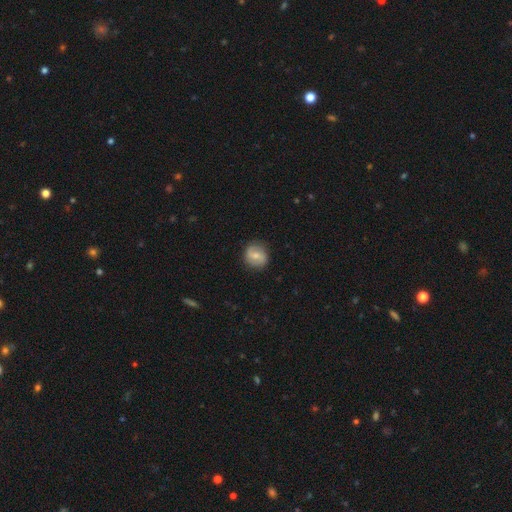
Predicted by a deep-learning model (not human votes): Smooth or featured?
  - smooth: 54% *
  - featured or disk: 39%
  - star or artifact: 7%
How rounded?
  - round: 82% *
  - in between: 16%
  - cigar-shaped: 1%
Merging?
  - none: 85% *
  - minor disturbance: 11%
  - major disturbance: 3%
  - merger: 1%